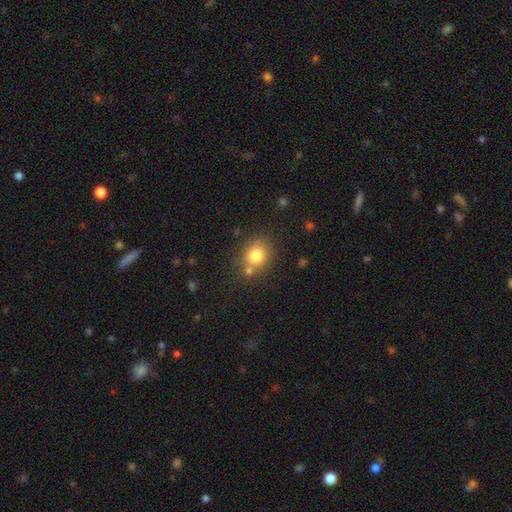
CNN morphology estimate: smooth_or_featured: smooth (p=0.79) [alt: star or artifact p=0.11]
how_rounded: round (p=0.71) [alt: in between p=0.28]
merging: none (p=0.67) [alt: merger p=0.16]